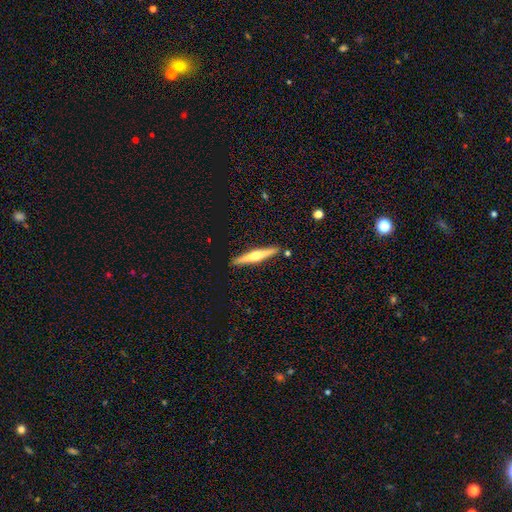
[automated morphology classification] A featured or disk galaxy (65%) viewed edge-on (98%) with a rounded central bulge (89%).

Vote fractions:
- Smooth or featured? featured or disk: 65% / smooth: 29% / star or artifact: 5%
- Edge-on disk? yes: 98% / no: 2%
- Edge-on bulge? rounded: 89% / none: 7% / boxy: 4%
- Merging? none: 90% / minor disturbance: 7% / merger: 2% / major disturbance: 1%